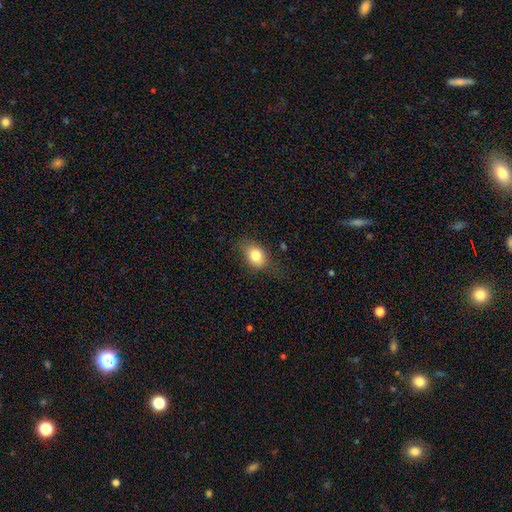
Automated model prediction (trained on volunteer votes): A smooth galaxy with no disk features (80%) that is in between round and cigar-shaped (75%).

Vote fractions:
- Smooth or featured? smooth: 80% / featured or disk: 11% / star or artifact: 9%
- How rounded? in between: 75% / round: 23% / cigar-shaped: 2%
- Merging? none: 68% / minor disturbance: 23% / major disturbance: 8% / merger: 1%